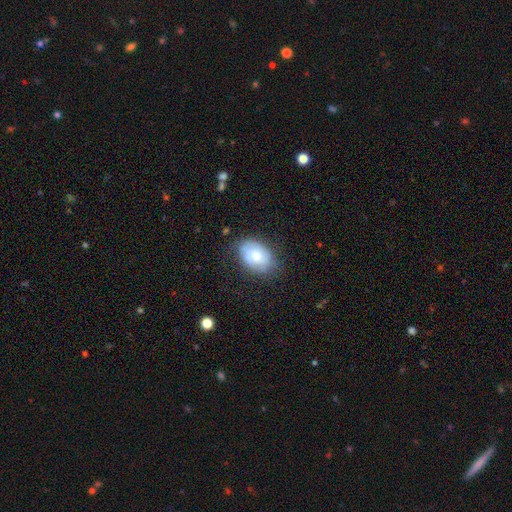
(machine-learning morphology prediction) Smooth or featured? smooth (62%)
How rounded? in between (84%)
Merging? none (69%)